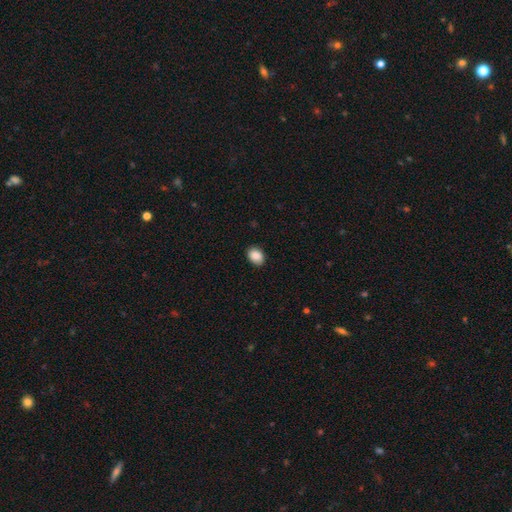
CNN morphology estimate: A smooth galaxy with no disk features (89%) that is in between round and cigar-shaped (70%). Merging: none (87%).